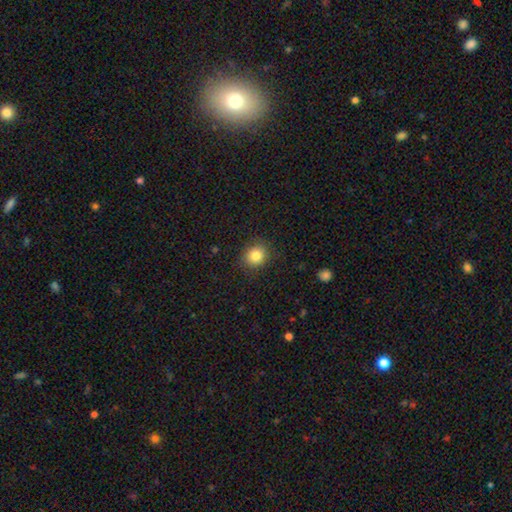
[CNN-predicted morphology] Smooth or featured? smooth (83%)
How rounded? round (74%)
Merging? none (87%)